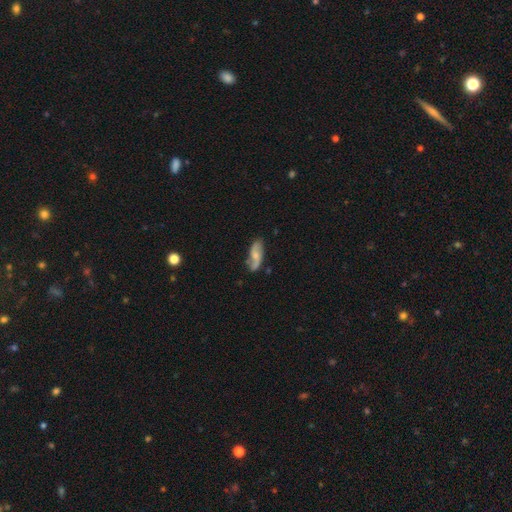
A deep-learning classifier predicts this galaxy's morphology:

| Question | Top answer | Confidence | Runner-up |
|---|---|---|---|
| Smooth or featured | featured or disk | 57% | smooth (37%) |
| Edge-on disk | no | 89% | yes (11%) |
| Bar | no | 62% | weak (31%) |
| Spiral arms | yes | 89% | no (11%) |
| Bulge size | small | 47% | moderate (40%) |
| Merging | none | 69% | minor disturbance (22%) |